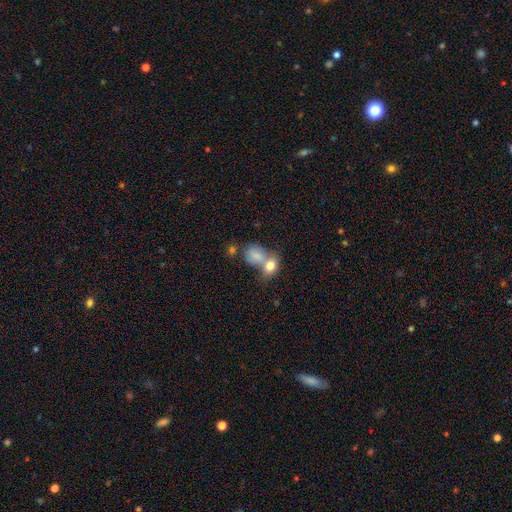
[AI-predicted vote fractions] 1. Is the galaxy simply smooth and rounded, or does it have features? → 79% smooth, 13% featured or disk, 8% star or artifact.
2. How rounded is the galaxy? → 63% in between, 35% round, 2% cigar-shaped.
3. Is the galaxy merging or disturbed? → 60% merger, 25% none, 10% minor disturbance, 5% major disturbance.